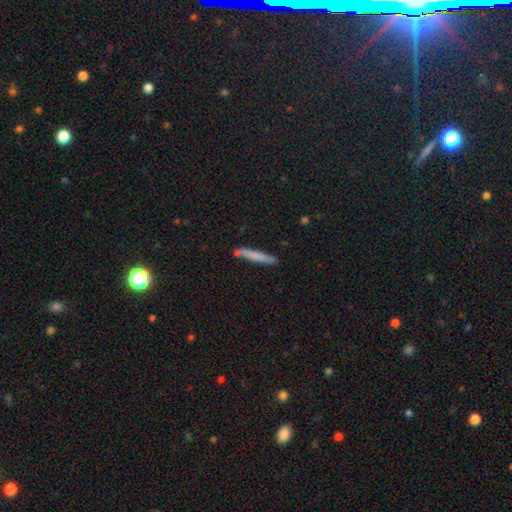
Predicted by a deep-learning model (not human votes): The model was most divided on "smooth or featured": smooth: 71%, featured or disk: 23%, star or artifact: 6%. More confident: how rounded — cigar-shaped (95%); merging — none (79%).